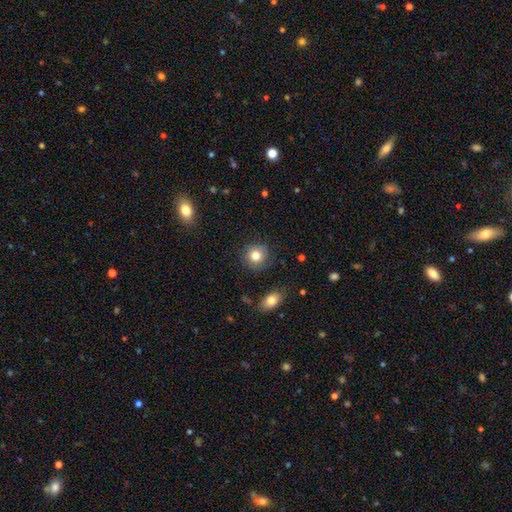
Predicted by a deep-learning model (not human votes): This is likely a smooth galaxy (80%). How rounded: clearly round (86%). Merging: clearly none (84%).